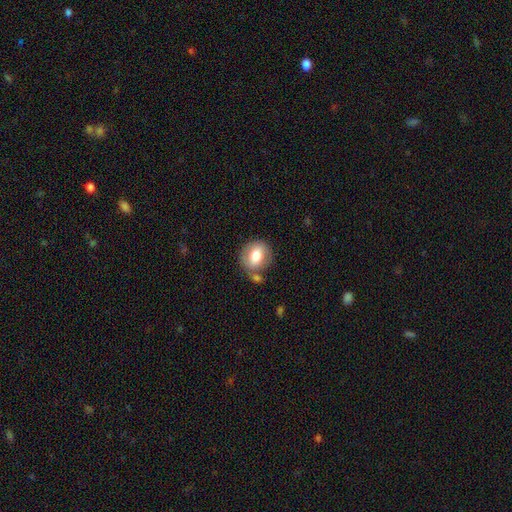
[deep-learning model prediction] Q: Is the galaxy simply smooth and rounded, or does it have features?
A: smooth — 73%.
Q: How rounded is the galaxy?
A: round — 67%.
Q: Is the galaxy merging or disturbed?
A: none — 65%.